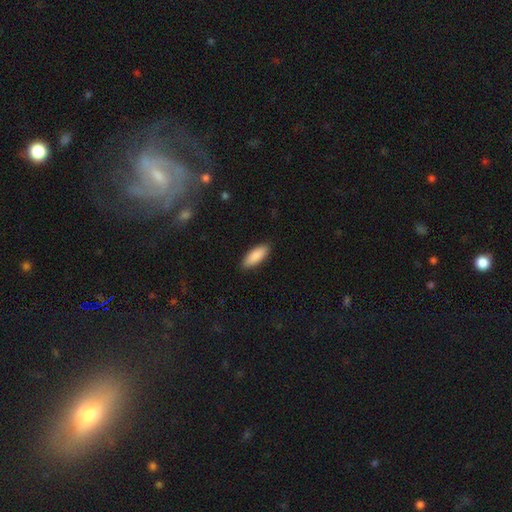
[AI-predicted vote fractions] A smooth galaxy with no disk features (90%) that is in between round and cigar-shaped (74%).

Vote fractions:
- Smooth or featured? smooth: 90% / star or artifact: 5% / featured or disk: 5%
- How rounded? in between: 74% / cigar-shaped: 25% / round: 2%
- Merging? none: 89% / minor disturbance: 8% / major disturbance: 2% / merger: 1%